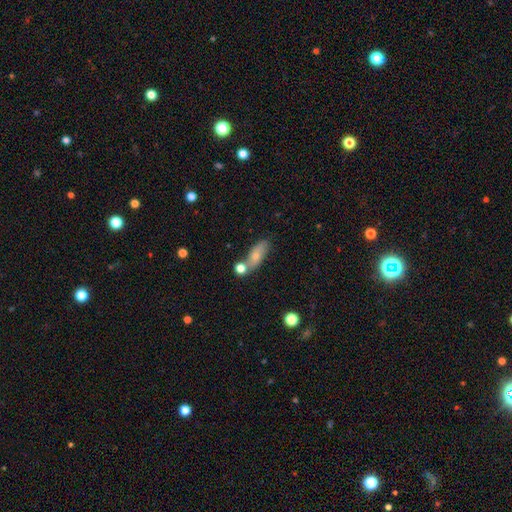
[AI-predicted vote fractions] smooth_or_featured: smooth (p=0.70) [alt: featured or disk p=0.22]
how_rounded: in between (p=0.68) [alt: cigar-shaped p=0.26]
merging: none (p=0.56) [alt: merger p=0.22]